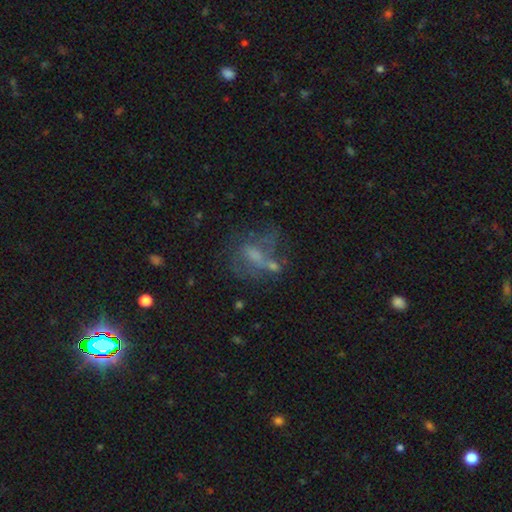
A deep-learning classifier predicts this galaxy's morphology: Smooth or featured? featured or disk (49%)
Merging? none (36%)